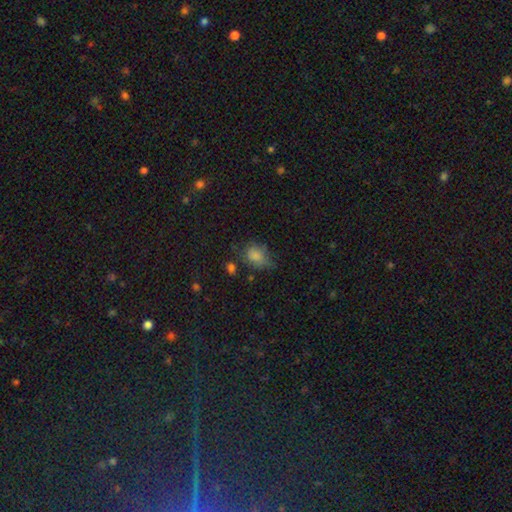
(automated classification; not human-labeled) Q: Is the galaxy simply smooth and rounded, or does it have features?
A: smooth — 79%.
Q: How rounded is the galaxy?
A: in between — 61%.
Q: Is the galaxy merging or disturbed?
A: none — 46%.